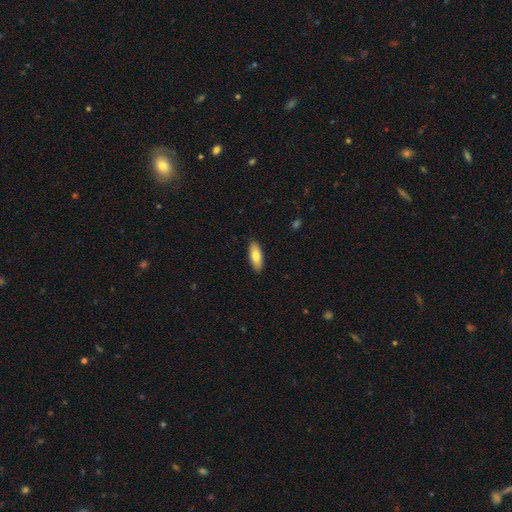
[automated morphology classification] A smooth galaxy with no disk features (78%) that is in between round and cigar-shaped (70%).

Vote fractions:
- Smooth or featured? smooth: 78% / featured or disk: 16% / star or artifact: 6%
- How rounded? in between: 70% / cigar-shaped: 28% / round: 2%
- Merging? none: 90% / minor disturbance: 8% / major disturbance: 2% / merger: 1%